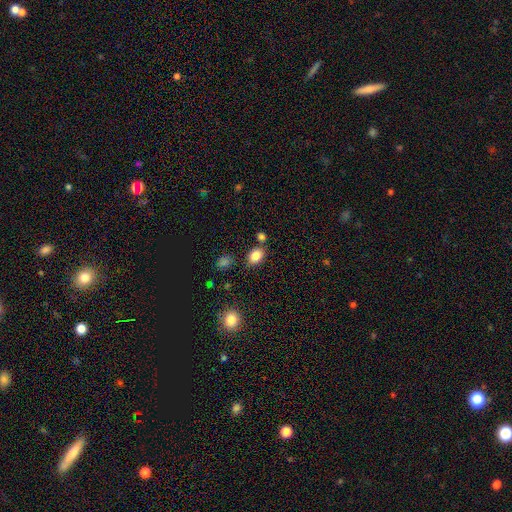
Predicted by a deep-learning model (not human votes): smooth-or-featured: smooth: 84% | star or artifact: 10% | featured or disk: 6%
  how-rounded: in between: 78% | round: 21% | cigar-shaped: 1%
  merging: none: 73% | minor disturbance: 13% | merger: 11% | major disturbance: 4%